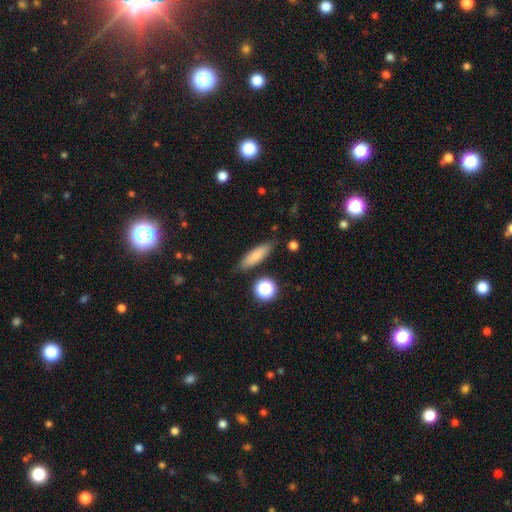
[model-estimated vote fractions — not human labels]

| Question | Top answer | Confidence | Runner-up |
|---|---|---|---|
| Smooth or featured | smooth | 78% | featured or disk (13%) |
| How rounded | cigar-shaped | 53% | in between (43%) |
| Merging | none | 83% | minor disturbance (11%) |